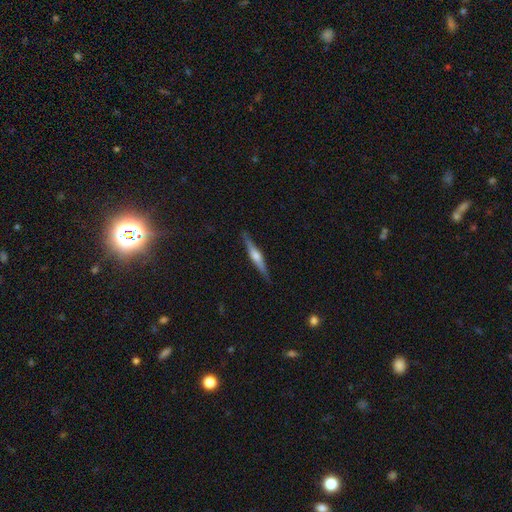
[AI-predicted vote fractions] smooth-or-featured: featured or disk: 73% | smooth: 22% | star or artifact: 6%
  disk-edge-on: yes: 98% | no: 2%
    edge-on-bulge: rounded: 84% | boxy: 11% | none: 5%
  merging: none: 90% | minor disturbance: 7% | major disturbance: 2% | merger: 1%